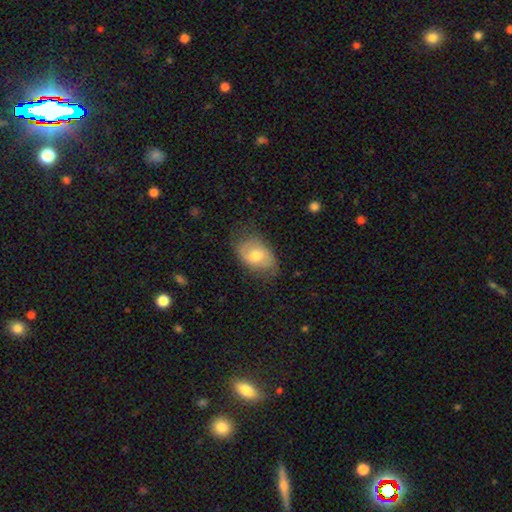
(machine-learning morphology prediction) smooth 66%, featured or disk 27%, star or artifact 7%. Down the decision tree: how rounded — in between (86%); merging — none (66%).